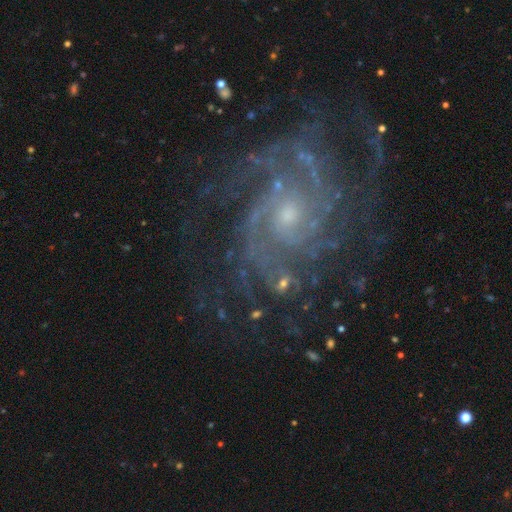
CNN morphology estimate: Overall: featured or disk (89%). Edge-on disk: no (98%). Bar: no (69%). Spiral arms: yes (98%). Spiral arm count: 2 (24%; 3 21%). Spiral winding: tight (53%; medium 38%). Bulge size: small (64%; moderate 30%). Merging: none (70%).